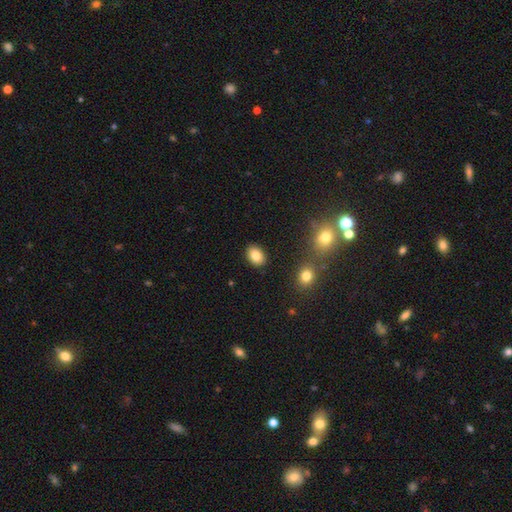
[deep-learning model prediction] Smooth or featured? Predicted: smooth (p=0.84). How rounded? Predicted: in between (p=0.74). Merging? Predicted: none (p=0.88).